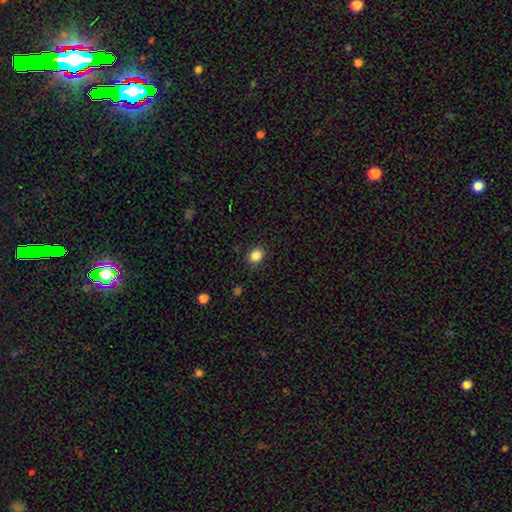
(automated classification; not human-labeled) Morphology: type=smooth (86%); roundness=round (50%); merging=none (88%).